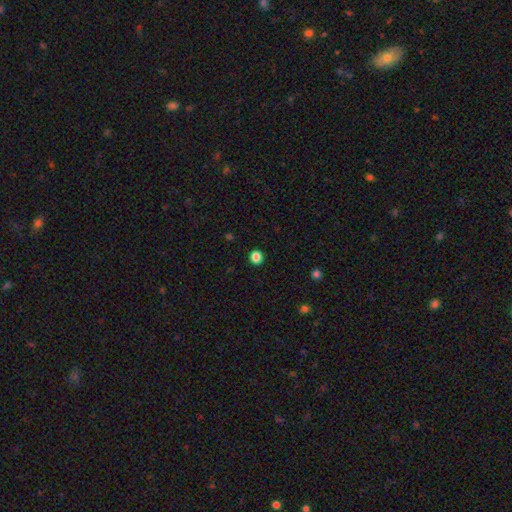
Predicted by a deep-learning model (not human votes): Overall: smooth (84%). How rounded: round (88%). Merging: none (92%).